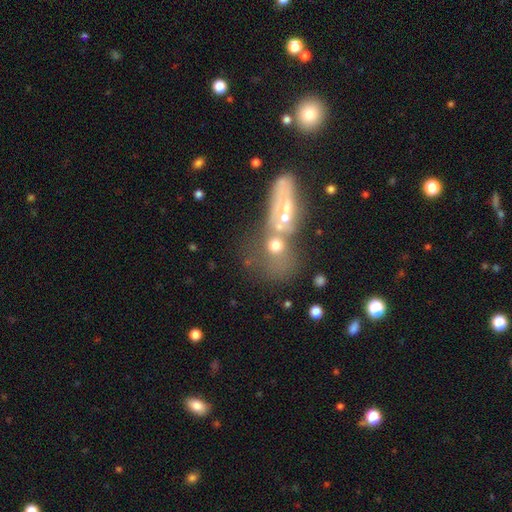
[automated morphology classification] The model was most divided on "smooth or featured": smooth: 41%, featured or disk: 39%, star or artifact: 20%. Remaining: merging — merger (46%).